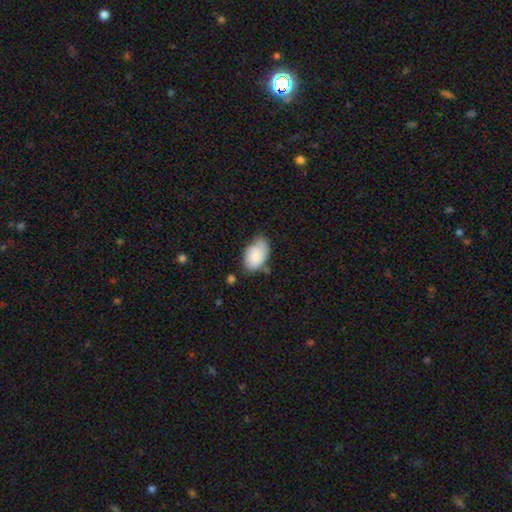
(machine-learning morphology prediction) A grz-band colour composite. It shows a smooth galaxy with no disk features (80%) that is in between round and cigar-shaped (92%). Merging: none (53%).